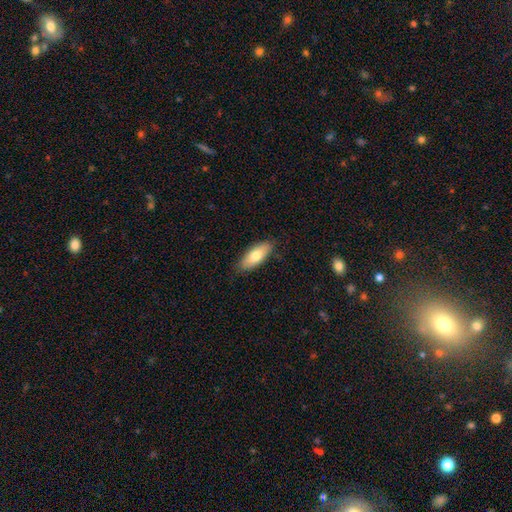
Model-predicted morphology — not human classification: This appears to be a smooth galaxy with no disk features (76%) that is in between round and cigar-shaped (79%). Merging: none (83%).